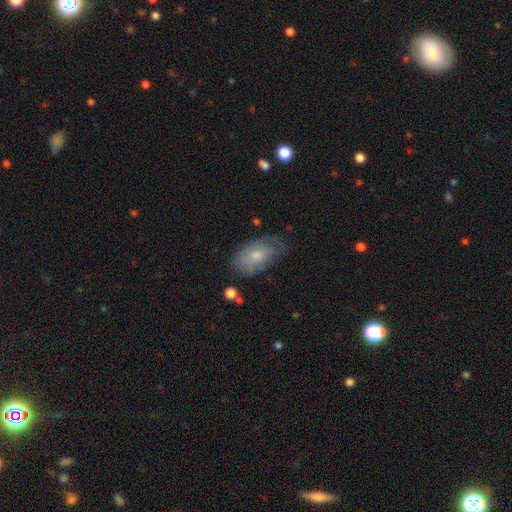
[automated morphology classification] type=smooth (66%); roundness=in between (91%); merging=none (59%).